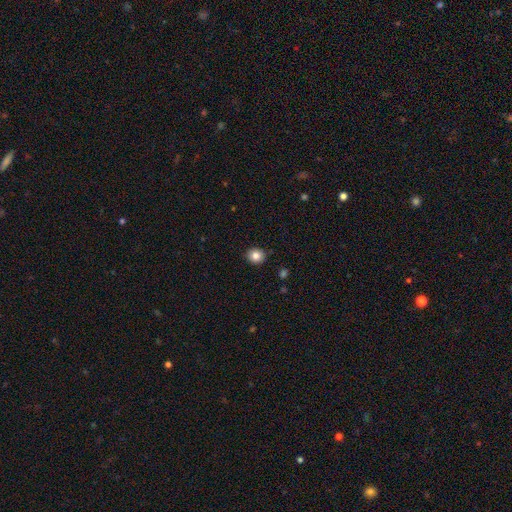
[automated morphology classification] Smooth or featured? Predicted: smooth (p=0.85). How rounded? Predicted: round (p=0.80). Merging? Predicted: none (p=0.90).